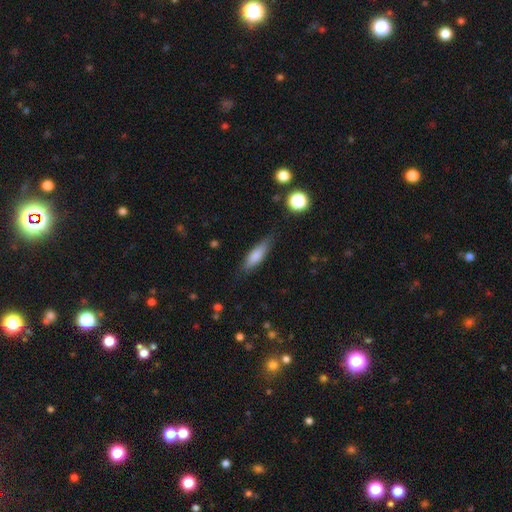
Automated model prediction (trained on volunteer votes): Q: Smooth or featured?
A: smooth (78%); runner-up: featured or disk (16%)
Q: How rounded?
A: cigar-shaped (53%); runner-up: in between (45%)
Q: Merging?
A: none (75%); runner-up: minor disturbance (19%)